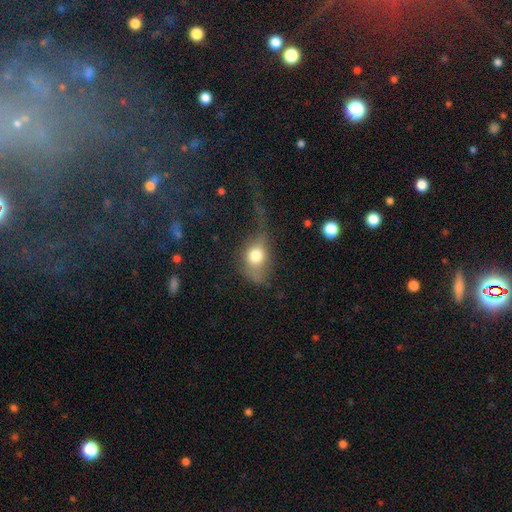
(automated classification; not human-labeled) A smooth galaxy with no disk features (68%) that is in between round and cigar-shaped (59%). Merging: major disturbance (44%).